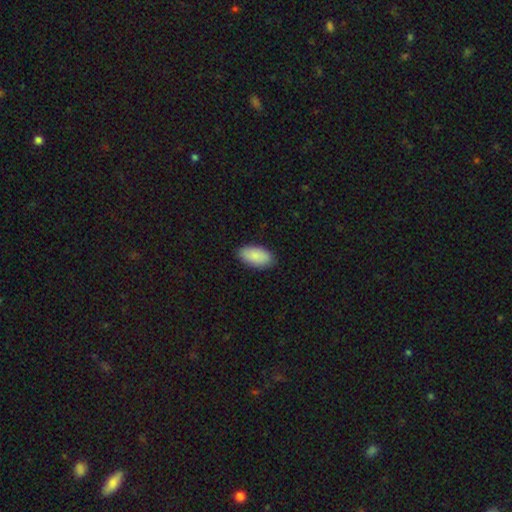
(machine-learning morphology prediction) Smooth or featured: smooth — 87% (featured or disk — 7%)
How rounded: in between — 95% (cigar-shaped — 3%)
Merging: none — 88% (minor disturbance — 10%)